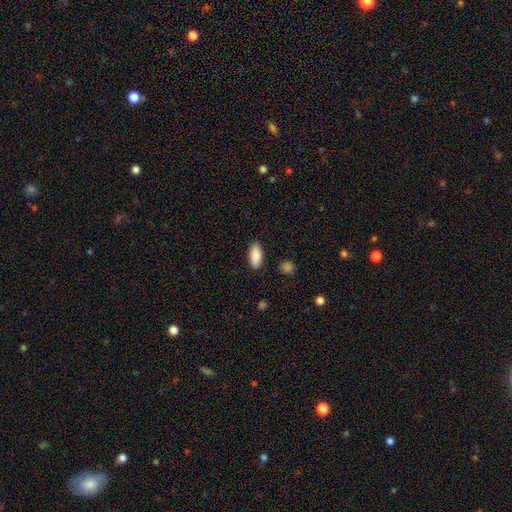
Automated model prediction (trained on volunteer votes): smooth 89%, star or artifact 6%, featured or disk 5%. Down the decision tree: how rounded — in between (86%); merging — none (88%).